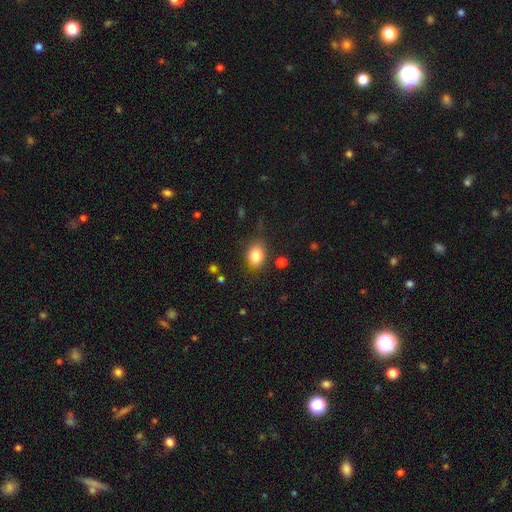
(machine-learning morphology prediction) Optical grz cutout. It shows a smooth galaxy with no disk features (83%) that is in between round and cigar-shaped (60%). Merging: none (72%).